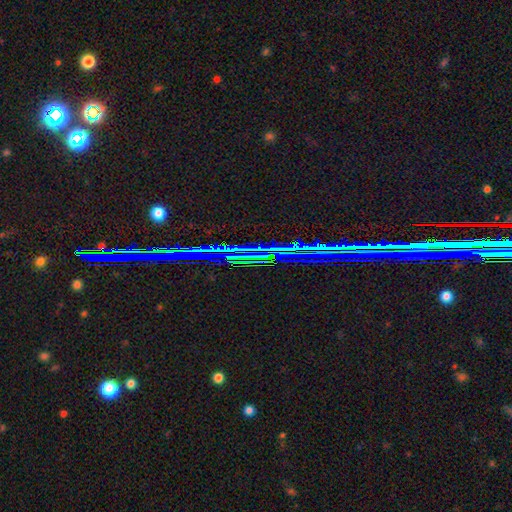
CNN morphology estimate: This is clearly a star or artifact rather than a galaxy (80%).